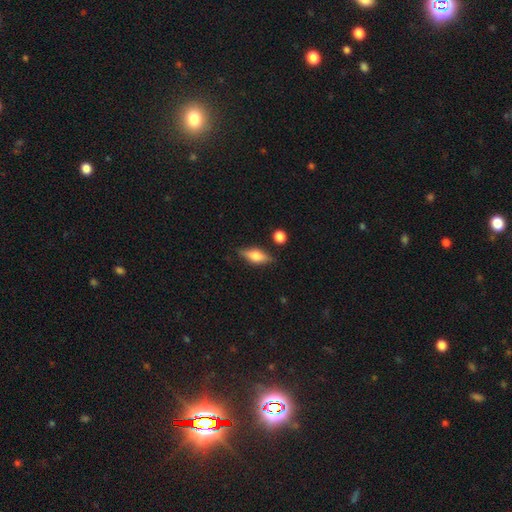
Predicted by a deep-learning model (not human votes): Q: Smooth or featured?
A: smooth (54%); runner-up: featured or disk (39%)
Q: How rounded?
A: in between (70%); runner-up: cigar-shaped (25%)
Q: Merging?
A: none (80%); runner-up: minor disturbance (14%)